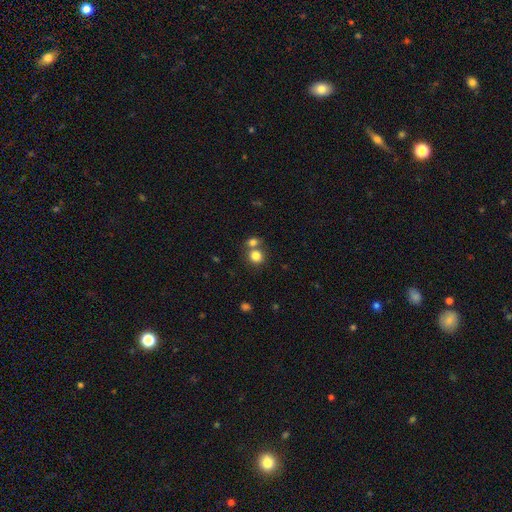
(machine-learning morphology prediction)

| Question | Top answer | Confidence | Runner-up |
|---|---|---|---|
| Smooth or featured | smooth | 82% | star or artifact (10%) |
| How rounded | round | 80% | in between (19%) |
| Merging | none | 51% | merger (38%) |